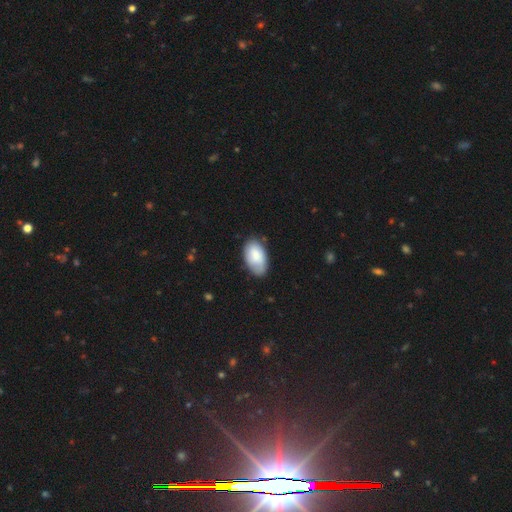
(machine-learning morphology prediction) Smooth or featured? smooth (80%)
How rounded? in between (95%)
Merging? none (69%)